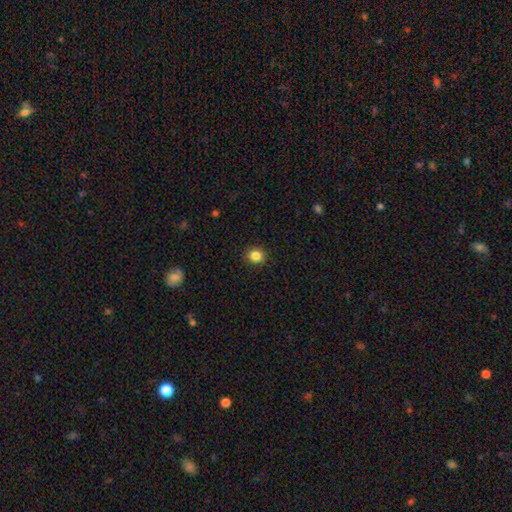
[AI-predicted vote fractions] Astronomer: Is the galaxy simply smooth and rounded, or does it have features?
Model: smooth — 85%.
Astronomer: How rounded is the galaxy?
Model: round — 84%.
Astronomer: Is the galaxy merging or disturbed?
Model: none — 91%.